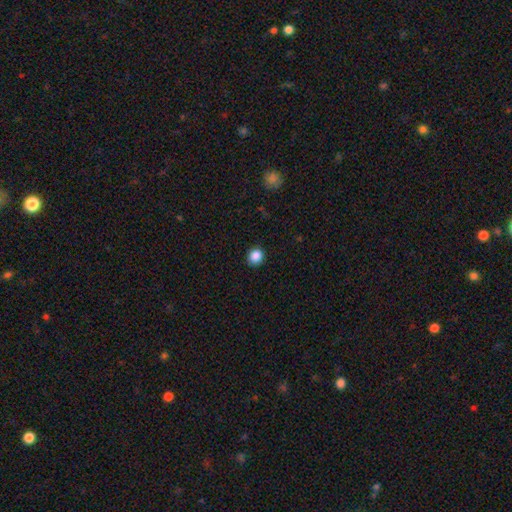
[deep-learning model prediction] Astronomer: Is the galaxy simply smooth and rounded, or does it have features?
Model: smooth — 86%.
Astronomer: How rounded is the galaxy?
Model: round — 82%.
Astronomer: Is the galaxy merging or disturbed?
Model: none — 87%.